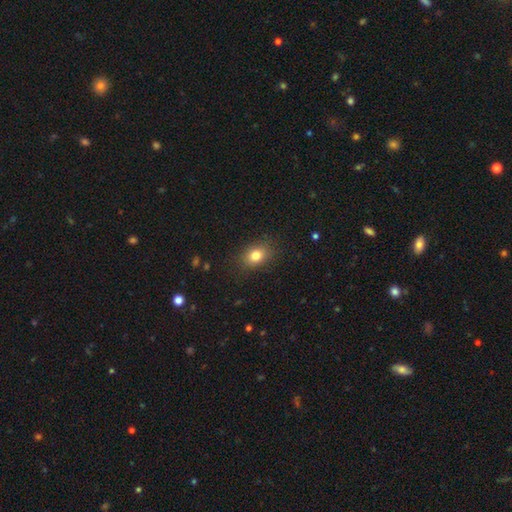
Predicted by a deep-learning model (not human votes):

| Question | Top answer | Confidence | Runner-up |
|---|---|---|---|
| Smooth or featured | smooth | 81% | star or artifact (11%) |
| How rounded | in between | 63% | round (36%) |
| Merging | none | 86% | minor disturbance (10%) |